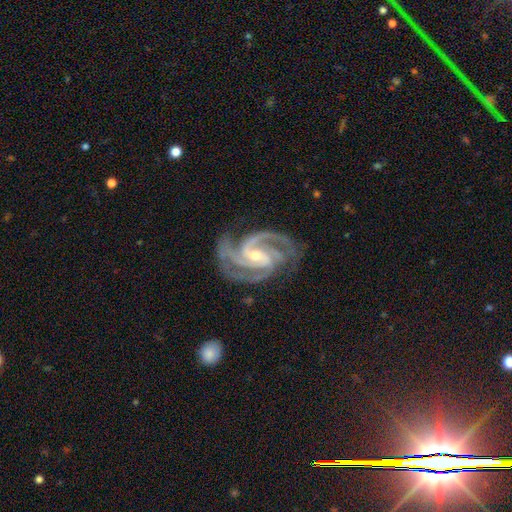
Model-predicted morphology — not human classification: type=featured or disk (95%); edge-on=no (98%); bar=weak (42%); spiral arms=yes (99%); winding=medium (48%); arm count=3 (62%); bulge=small (54%); merging=none (76%).